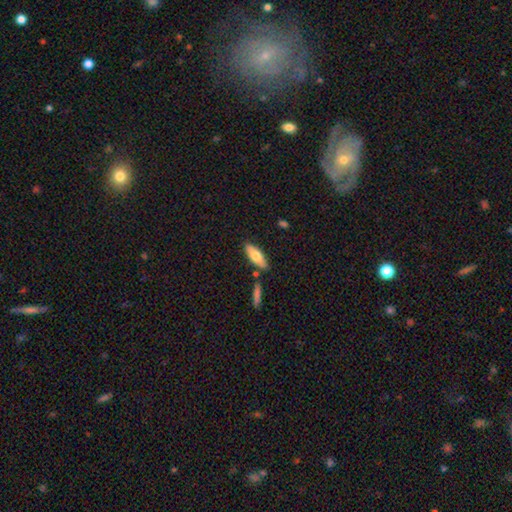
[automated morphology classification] Q: Smooth or featured?
A: smooth (69%); runner-up: featured or disk (25%)
Q: How rounded?
A: in between (62%); runner-up: cigar-shaped (36%)
Q: Merging?
A: none (79%); runner-up: minor disturbance (11%)